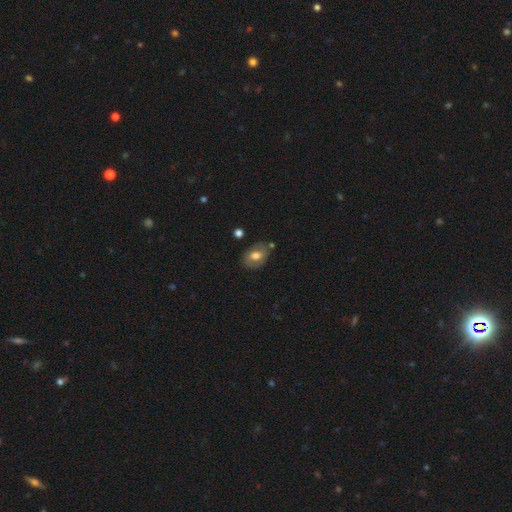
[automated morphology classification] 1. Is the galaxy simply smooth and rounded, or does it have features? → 57% smooth, 35% featured or disk, 8% star or artifact.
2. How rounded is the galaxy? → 77% in between, 22% round, 1% cigar-shaped.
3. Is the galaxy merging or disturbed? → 70% none, 19% minor disturbance, 6% major disturbance, 5% merger.